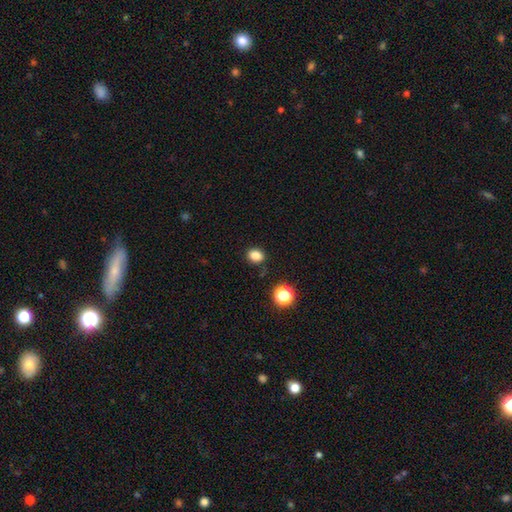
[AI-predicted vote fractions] A smooth galaxy with no disk features (83%) that is in between round and cigar-shaped (50%). Merging: none (85%).